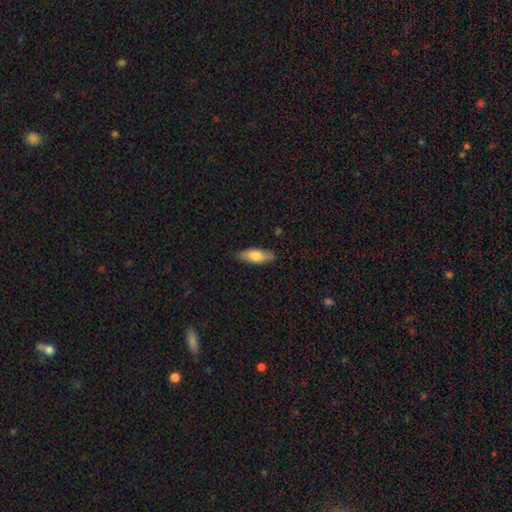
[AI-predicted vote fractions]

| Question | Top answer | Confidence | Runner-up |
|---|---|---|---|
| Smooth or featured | smooth | 78% | featured or disk (16%) |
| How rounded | in between | 75% | cigar-shaped (23%) |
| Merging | none | 83% | minor disturbance (13%) |